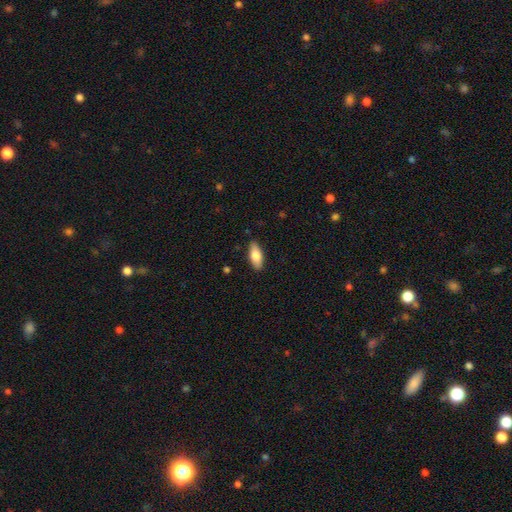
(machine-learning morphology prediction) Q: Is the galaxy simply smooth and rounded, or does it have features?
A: smooth — 75%.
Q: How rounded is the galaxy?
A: in between — 78%.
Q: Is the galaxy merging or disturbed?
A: none — 88%.